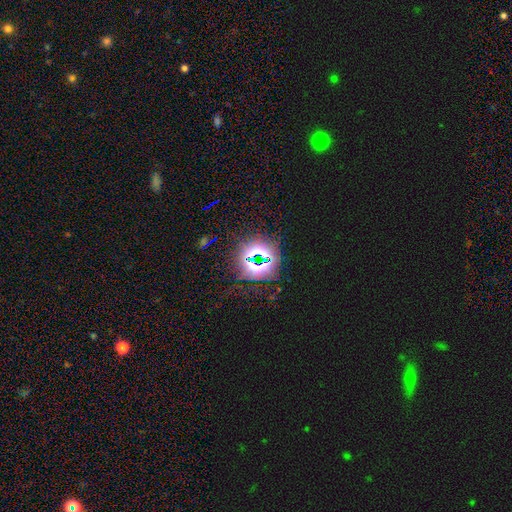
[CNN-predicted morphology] This is likely a star or artifact rather than a galaxy (76%).